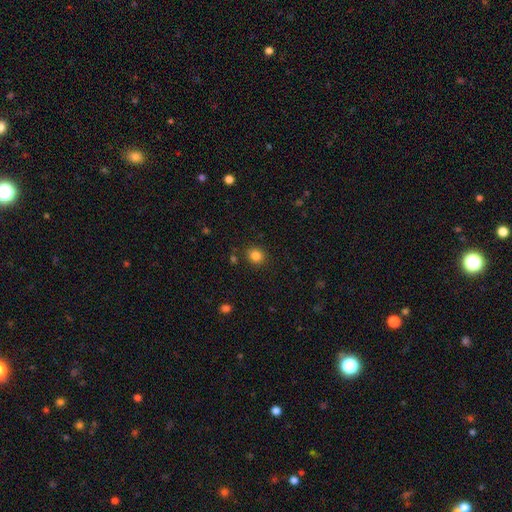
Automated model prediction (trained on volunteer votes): A smooth galaxy with no disk features (84%) that is round (78%). Merging: none (87%).